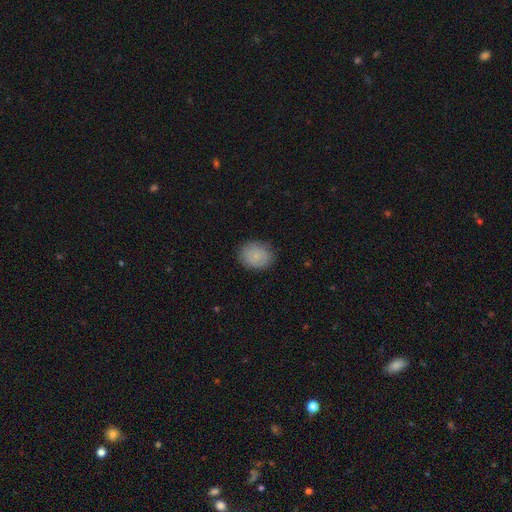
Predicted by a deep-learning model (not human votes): Morphology: type=smooth (82%); roundness=round (53%); merging=none (83%).